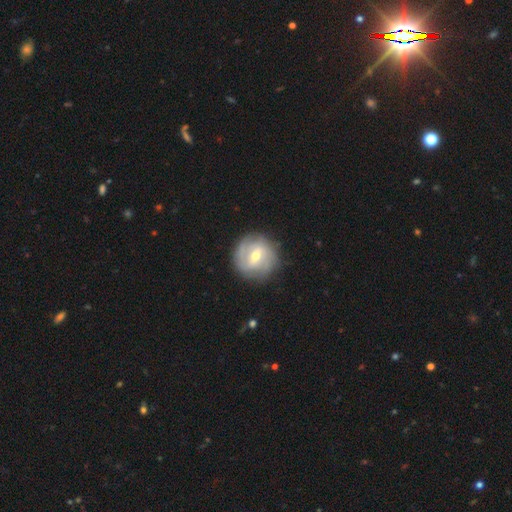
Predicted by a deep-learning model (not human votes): The model was most divided on "bulge size": moderate: 59%, small: 36%, large: 3%, none: 1%, dominant: 1%. More confident: edge-on disk — no (96%); merging — none (83%); spiral arms — yes (75%); smooth or featured — featured or disk (66%); bar — weak (53%).